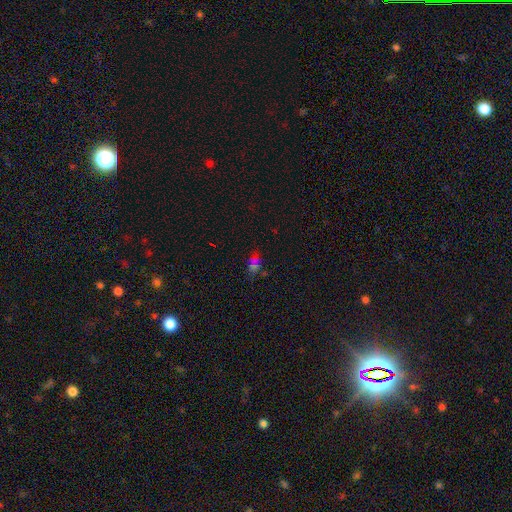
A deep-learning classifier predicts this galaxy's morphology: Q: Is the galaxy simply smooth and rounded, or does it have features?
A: star or artifact — 46%.